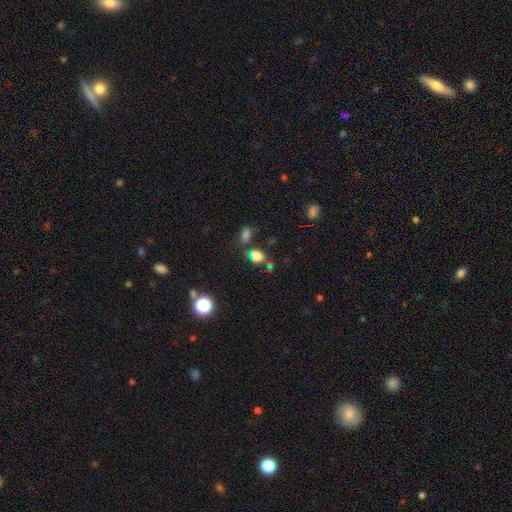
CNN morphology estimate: smooth 74%, star or artifact 18%, featured or disk 8%. Down the decision tree: how rounded — in between (56%); merging — none (61%).